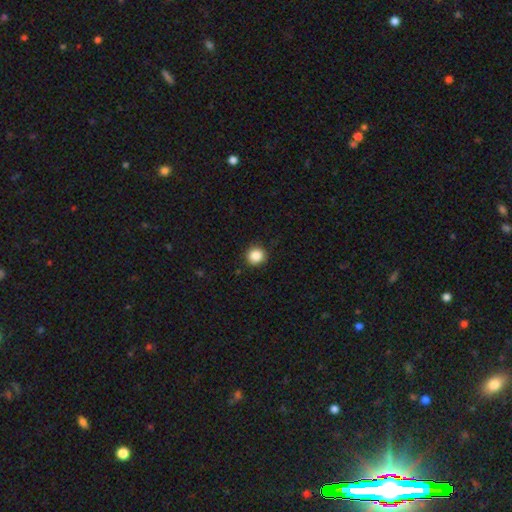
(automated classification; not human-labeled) Smooth or featured?
  - smooth: 87% *
  - star or artifact: 10%
  - featured or disk: 3%
How rounded?
  - round: 93% *
  - in between: 6%
  - cigar-shaped: 1%
Merging?
  - none: 91% *
  - minor disturbance: 6%
  - major disturbance: 2%
  - merger: 1%